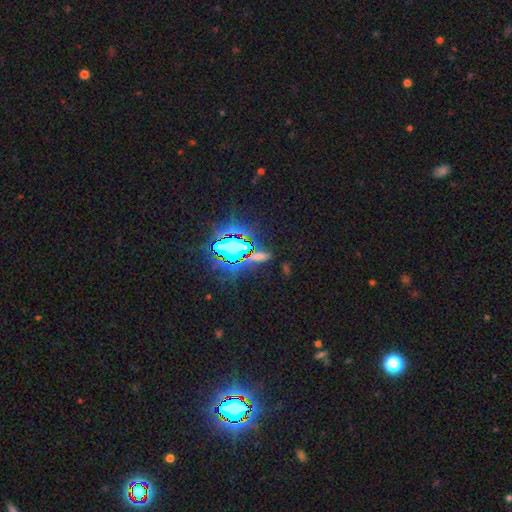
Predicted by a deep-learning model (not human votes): A star or artifact, not a galaxy (76%).